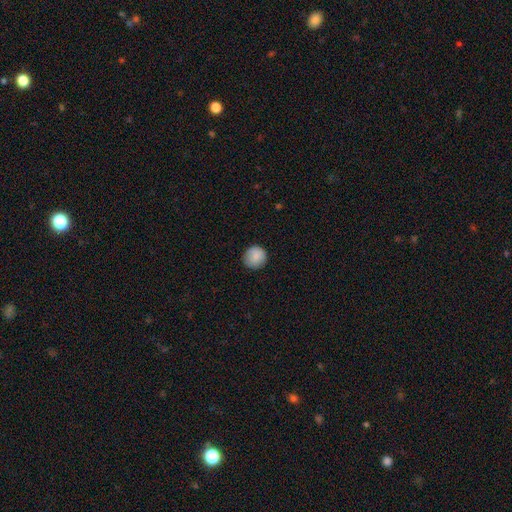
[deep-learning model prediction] A smooth galaxy with no disk features (88%) that is round (94%). Merging: none (88%).